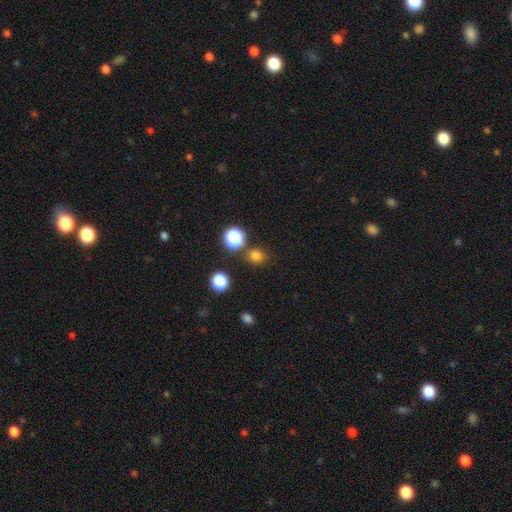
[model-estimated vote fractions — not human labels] A smooth galaxy with no disk features (75%) that is round (85%). Merging: none (80%).